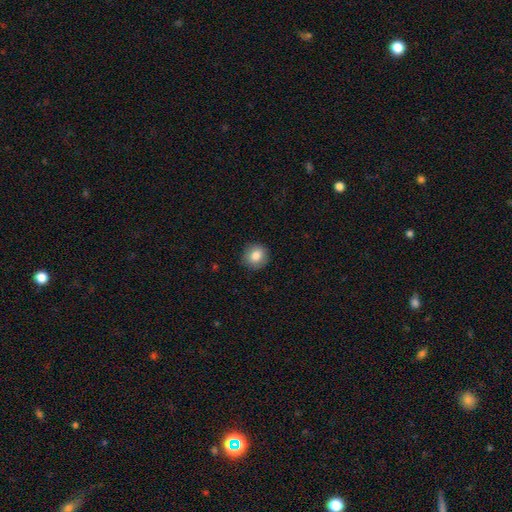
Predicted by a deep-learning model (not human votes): Morphology: type=smooth (84%); roundness=round (83%); merging=none (90%).